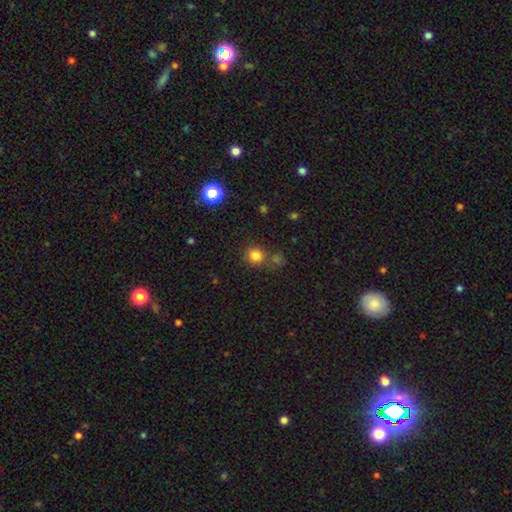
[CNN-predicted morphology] The model was most divided on "merging": none: 69%, merger: 15%, minor disturbance: 11%, major disturbance: 5%. More confident: how rounded — round (88%); smooth or featured — smooth (80%).